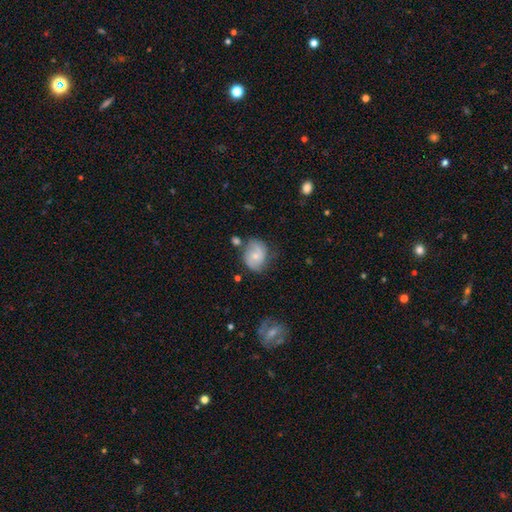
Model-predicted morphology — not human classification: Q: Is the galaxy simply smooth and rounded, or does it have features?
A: featured or disk — 54%.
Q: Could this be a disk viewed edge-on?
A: no — 97%.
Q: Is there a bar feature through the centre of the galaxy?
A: no — 65%.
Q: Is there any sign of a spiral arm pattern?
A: yes — 83%.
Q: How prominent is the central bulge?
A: small — 58%.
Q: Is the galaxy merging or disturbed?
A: none — 57%.